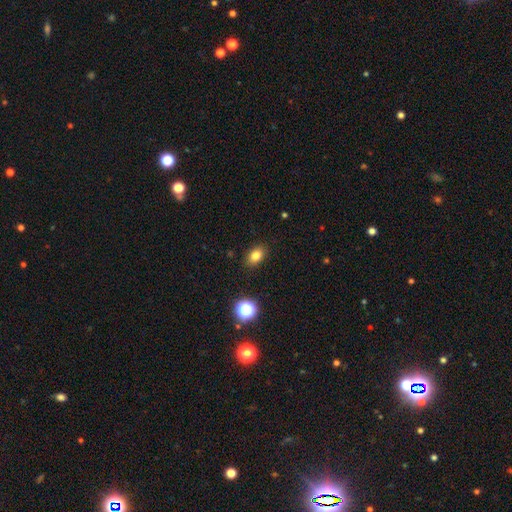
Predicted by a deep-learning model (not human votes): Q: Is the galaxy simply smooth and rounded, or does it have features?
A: smooth — 81%.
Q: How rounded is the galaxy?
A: in between — 80%.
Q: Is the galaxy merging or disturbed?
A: none — 88%.